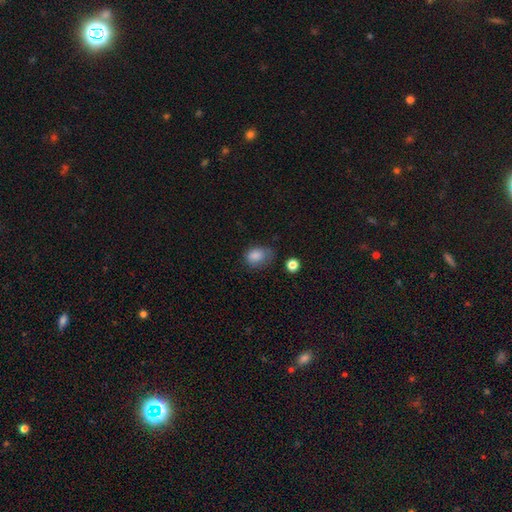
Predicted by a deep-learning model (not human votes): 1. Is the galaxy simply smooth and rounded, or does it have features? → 83% smooth, 10% star or artifact, 7% featured or disk.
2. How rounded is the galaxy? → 60% in between, 39% round, 1% cigar-shaped.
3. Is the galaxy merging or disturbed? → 49% none, 34% minor disturbance, 13% major disturbance, 3% merger.